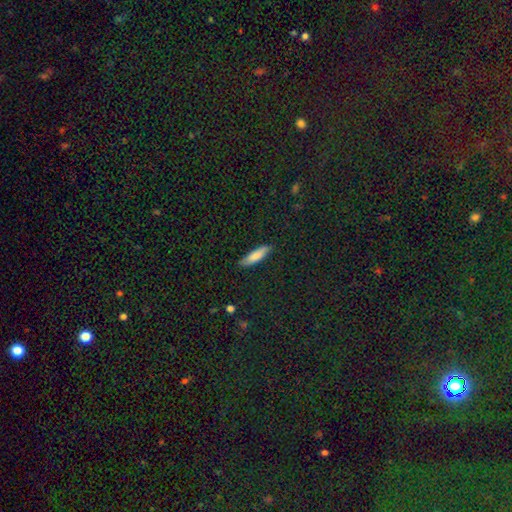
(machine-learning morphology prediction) A smooth galaxy with no disk features (81%) that is cigar-shaped (66%). Merging: none (86%).